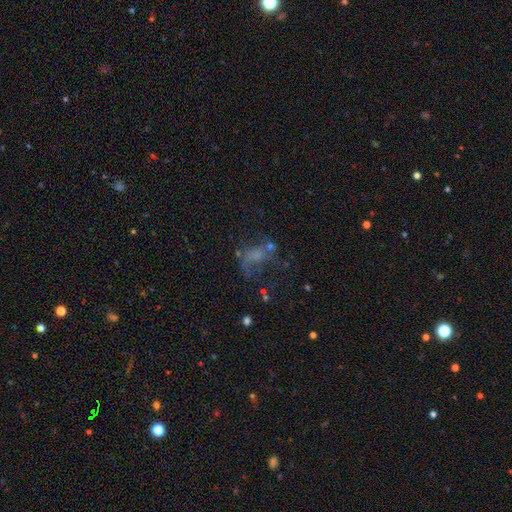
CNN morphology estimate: A featured or disk galaxy (42%). Merging: major disturbance (40%).